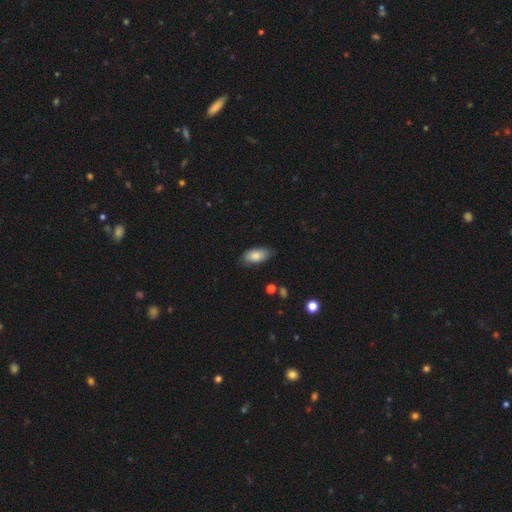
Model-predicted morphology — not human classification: This appears to be a smooth galaxy with no disk features (81%) that is in between round and cigar-shaped (92%). Merging: none (77%).